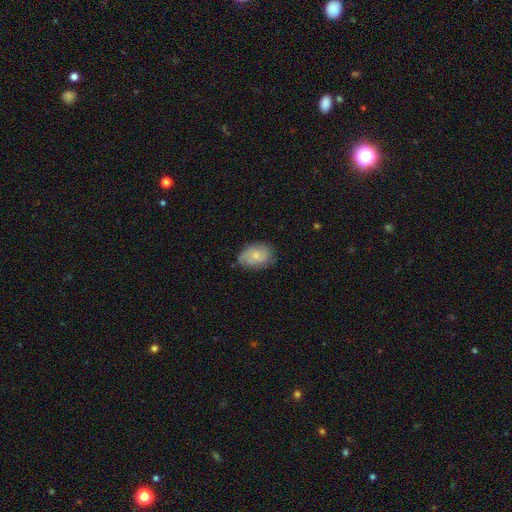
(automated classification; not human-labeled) A smooth galaxy with no disk features (55%) that is in between round and cigar-shaped (81%).

Vote fractions:
- Smooth or featured? smooth: 55% / featured or disk: 38% / star or artifact: 7%
- How rounded? in between: 81% / round: 17% / cigar-shaped: 1%
- Merging? none: 68% / minor disturbance: 25% / major disturbance: 6% / merger: 1%